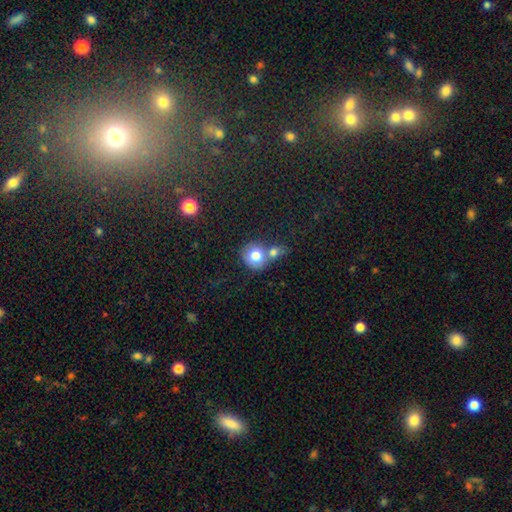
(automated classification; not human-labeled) Q: Smooth or featured?
A: smooth (76%); runner-up: featured or disk (15%)
Q: How rounded?
A: round (84%); runner-up: in between (15%)
Q: Merging?
A: merger (50%); runner-up: none (38%)